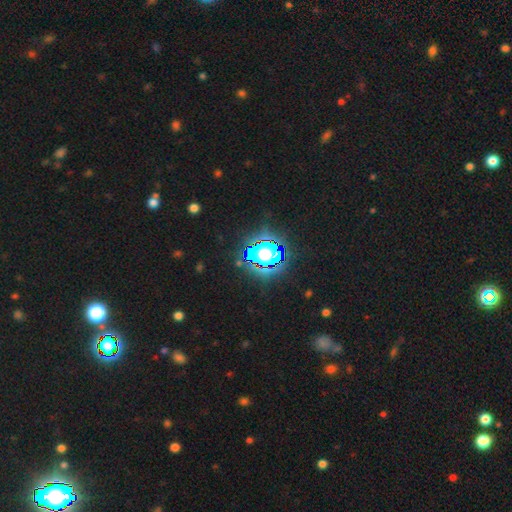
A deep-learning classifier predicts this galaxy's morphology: Q: Smooth or featured?
A: star or artifact (80%); runner-up: smooth (13%)